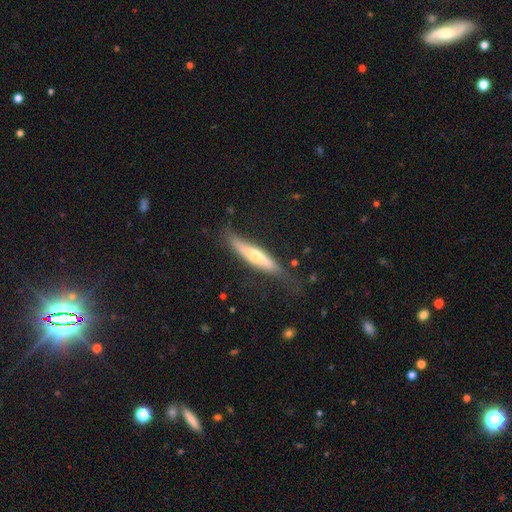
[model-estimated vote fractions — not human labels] smooth-or-featured: featured or disk: 54% | smooth: 39% | star or artifact: 6%
  disk-edge-on: yes: 85% | no: 15%
  merging: none: 65% | minor disturbance: 25% | major disturbance: 8% | merger: 2%